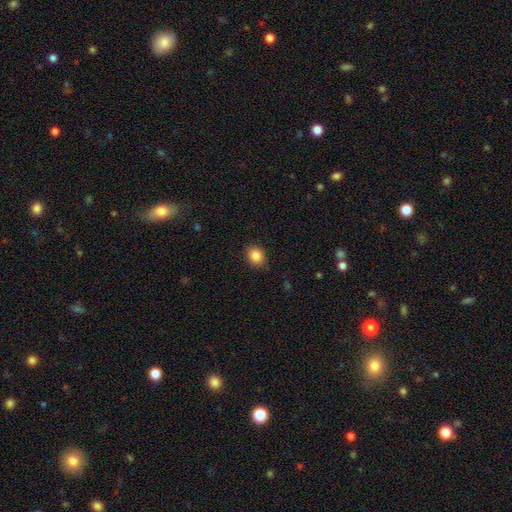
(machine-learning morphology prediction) Overall: smooth (86%). How rounded: round (69%; in between 30%). Merging: none (88%).